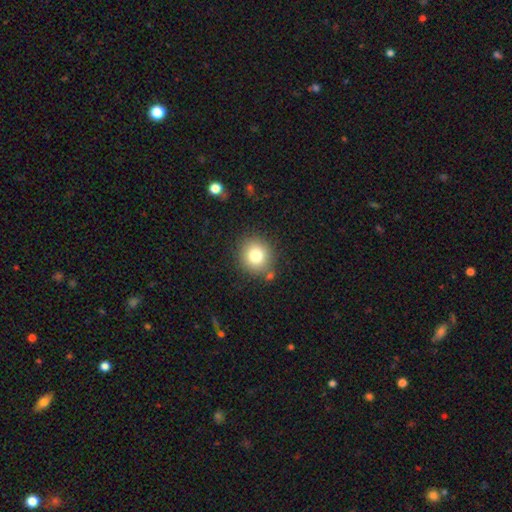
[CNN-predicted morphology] A smooth galaxy with no disk features (79%) that is round (87%). Merging: none (81%).